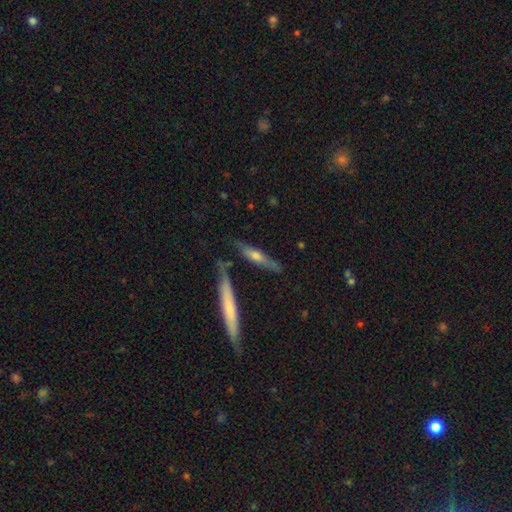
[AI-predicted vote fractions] smooth-or-featured: featured or disk: 53% | smooth: 41% | star or artifact: 6%
  disk-edge-on: yes: 87% | no: 13%
  merging: none: 71% | minor disturbance: 17% | merger: 8% | major disturbance: 5%